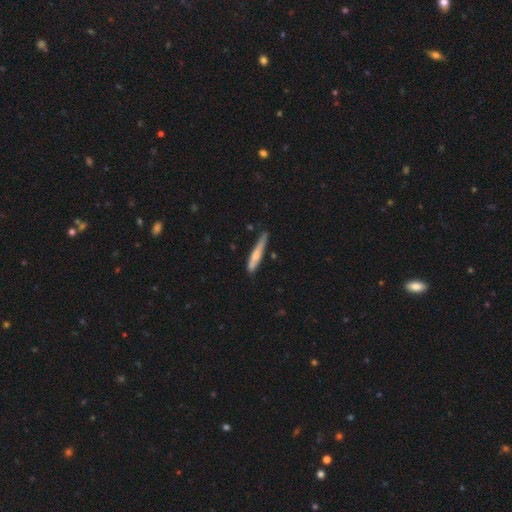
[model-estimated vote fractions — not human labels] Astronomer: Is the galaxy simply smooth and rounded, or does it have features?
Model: smooth — 64%.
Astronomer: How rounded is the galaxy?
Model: cigar-shaped — 93%.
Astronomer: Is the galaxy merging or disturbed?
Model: none — 63%.